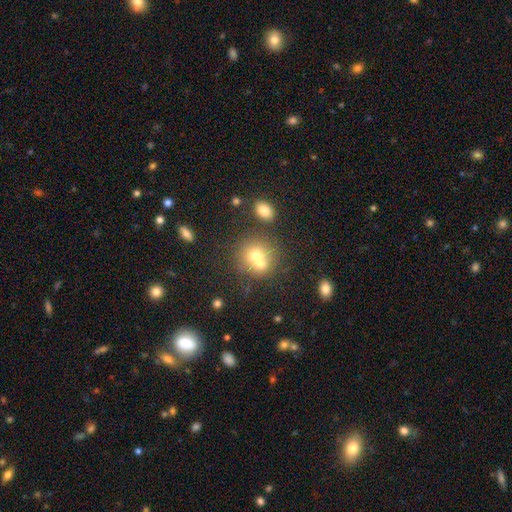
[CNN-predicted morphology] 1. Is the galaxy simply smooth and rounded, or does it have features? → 66% smooth, 20% featured or disk, 13% star or artifact.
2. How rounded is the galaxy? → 83% round, 16% in between, 1% cigar-shaped.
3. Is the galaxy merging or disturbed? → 52% merger, 38% none, 7% minor disturbance, 3% major disturbance.